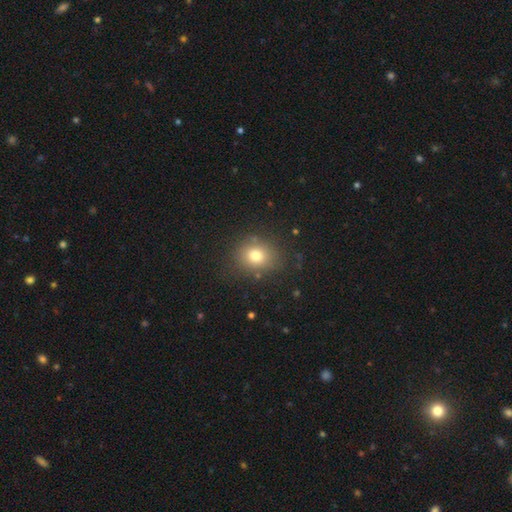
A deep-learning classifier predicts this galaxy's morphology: A smooth galaxy with no disk features (76%) that is round (68%). Merging: none (83%).